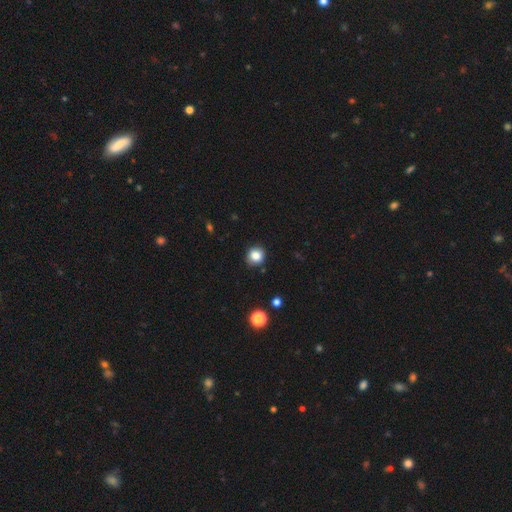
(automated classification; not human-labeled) Q: Smooth or featured?
A: smooth (84%); runner-up: star or artifact (11%)
Q: How rounded?
A: round (87%); runner-up: in between (12%)
Q: Merging?
A: none (88%); runner-up: minor disturbance (8%)